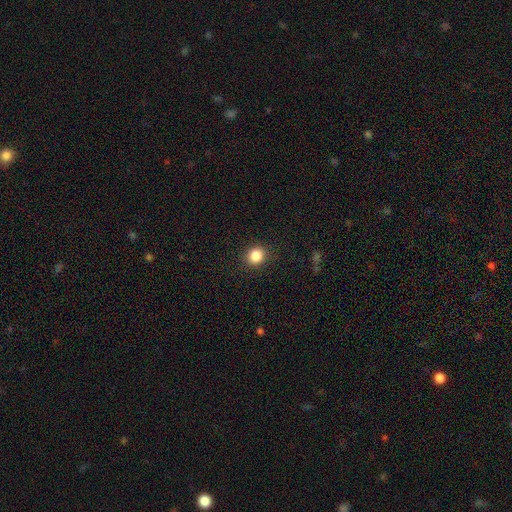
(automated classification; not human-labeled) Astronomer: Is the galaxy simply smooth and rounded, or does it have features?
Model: smooth — 86%.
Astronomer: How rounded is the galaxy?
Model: round — 80%.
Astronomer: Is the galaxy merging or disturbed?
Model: none — 90%.